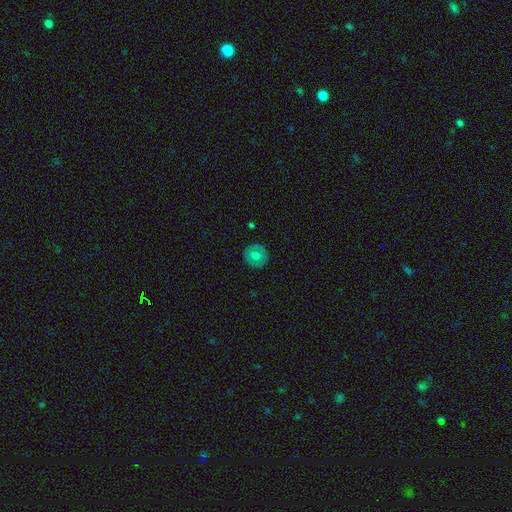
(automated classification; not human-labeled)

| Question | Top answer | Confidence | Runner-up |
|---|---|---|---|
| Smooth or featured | smooth | 63% | featured or disk (30%) |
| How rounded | round | 93% | in between (6%) |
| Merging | none | 90% | minor disturbance (7%) |